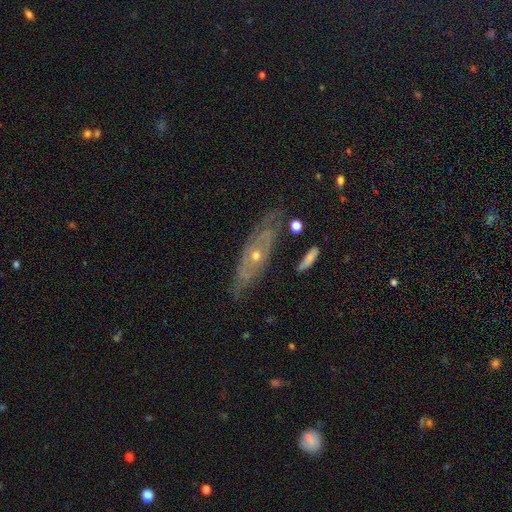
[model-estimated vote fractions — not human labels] featured or disk 75%, smooth 18%, star or artifact 7%. Down the decision tree: edge-on disk — no (74%); bar — no (85%); spiral arms — yes (64%); bulge size — small (57%); merging — none (65%).